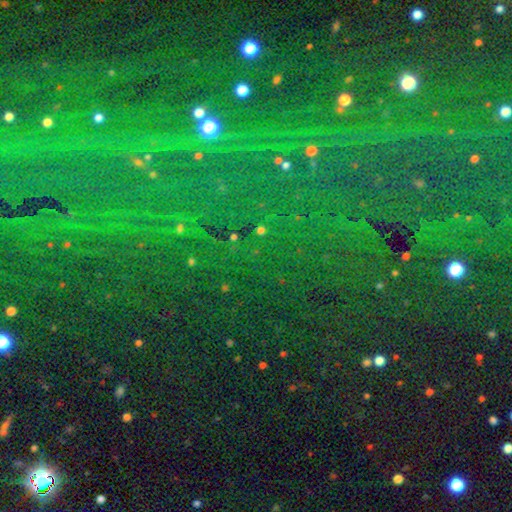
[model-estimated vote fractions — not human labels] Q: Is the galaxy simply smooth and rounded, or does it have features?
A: star or artifact — 84%.